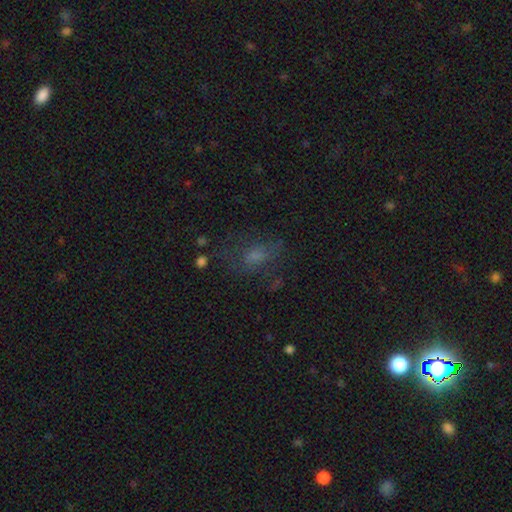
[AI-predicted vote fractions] Smooth or featured: smooth — 53% (featured or disk — 24%)
How rounded: in between — 75% (round — 20%)
Merging: none — 55% (major disturbance — 22%)